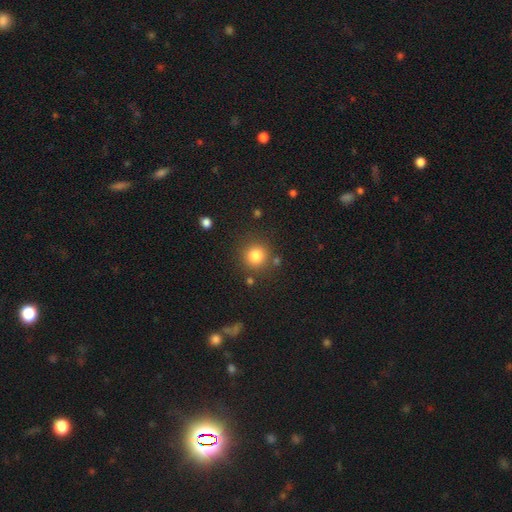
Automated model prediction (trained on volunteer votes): Smooth or featured?
  - smooth: 82% *
  - star or artifact: 12%
  - featured or disk: 6%
How rounded?
  - round: 93% *
  - in between: 6%
  - cigar-shaped: 1%
Merging?
  - none: 84% *
  - minor disturbance: 8%
  - merger: 5%
  - major disturbance: 3%